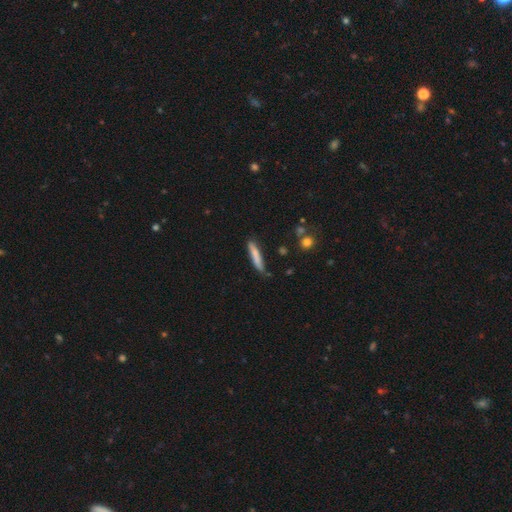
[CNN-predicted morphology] Smooth or featured: smooth — 75% (featured or disk — 19%)
How rounded: cigar-shaped — 91% (in between — 8%)
Merging: none — 76% (minor disturbance — 19%)